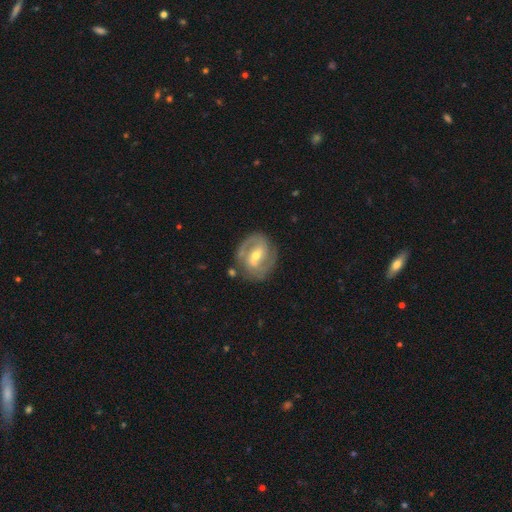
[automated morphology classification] Smooth or featured? Predicted: featured or disk (p=0.83). Edge-on disk? Predicted: no (p=0.97). Bar? Predicted: weak (p=0.42). Spiral arms? Predicted: yes (p=0.91). Spiral winding? Predicted: medium (p=0.45). Spiral arm count? Predicted: 2 (p=0.80). Bulge size? Predicted: moderate (p=0.57). Merging? Predicted: none (p=0.76).